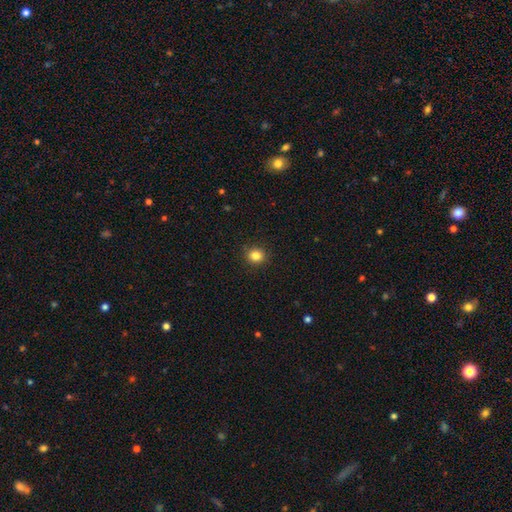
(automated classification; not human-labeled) smooth 84%, star or artifact 11%, featured or disk 5%. Down the decision tree: how rounded — round (86%); merging — none (91%).